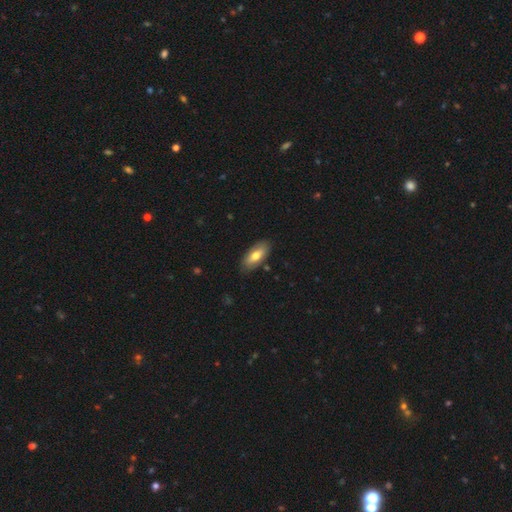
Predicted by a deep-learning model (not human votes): smooth_or_featured: smooth (p=0.67) [alt: featured or disk p=0.27]
how_rounded: in between (p=0.87) [alt: cigar-shaped p=0.11]
merging: none (p=0.84) [alt: minor disturbance p=0.12]